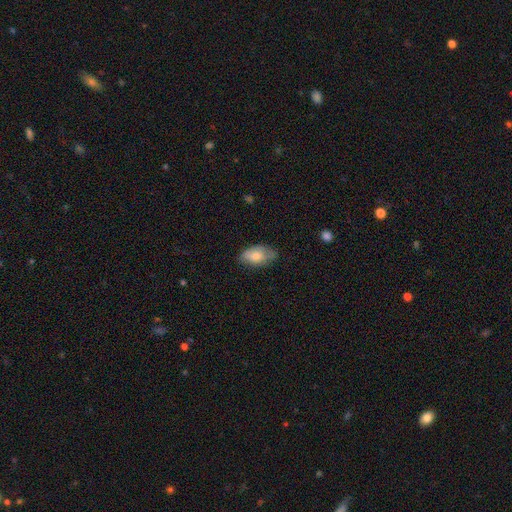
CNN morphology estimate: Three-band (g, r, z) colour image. It shows a smooth galaxy with no disk features (70%) that is in between round and cigar-shaped (92%). Merging: none (62%).